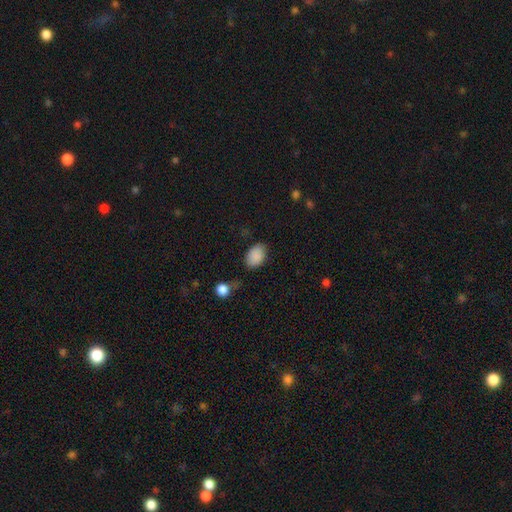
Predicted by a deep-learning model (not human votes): Smooth or featured: smooth — 87% (star or artifact — 8%)
How rounded: in between — 85% (round — 14%)
Merging: none — 72% (minor disturbance — 17%)